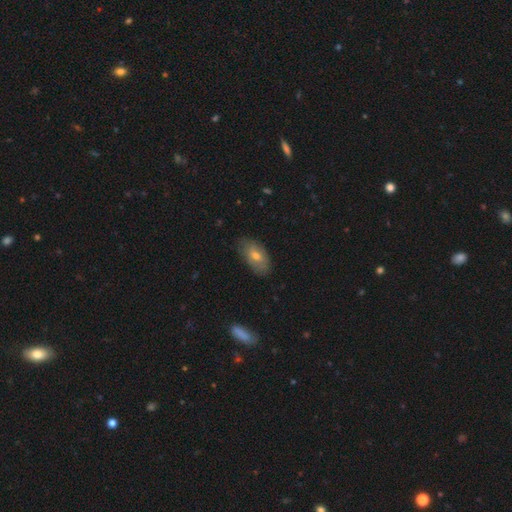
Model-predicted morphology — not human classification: smooth 62%, featured or disk 30%, star or artifact 9%. Down the decision tree: how rounded — in between (91%); merging — none (77%).